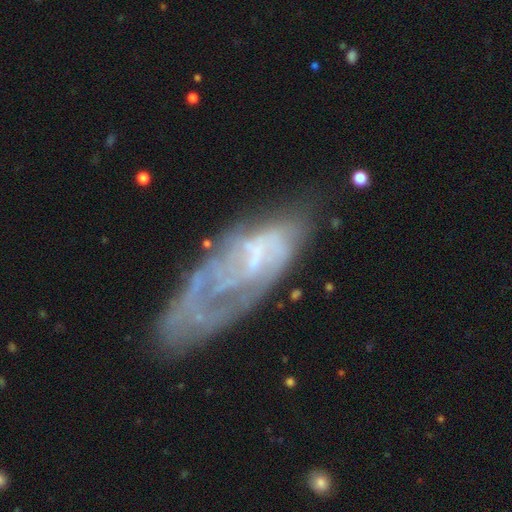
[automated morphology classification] The model was most divided on "bulge size": none: 43%, small: 41%, moderate: 13%, large: 2%, dominant: 1%. Remaining: edge-on disk — no (89%); smooth or featured — featured or disk (70%); spiral arms — yes (63%); bar — no (57%); merging — none (45%).